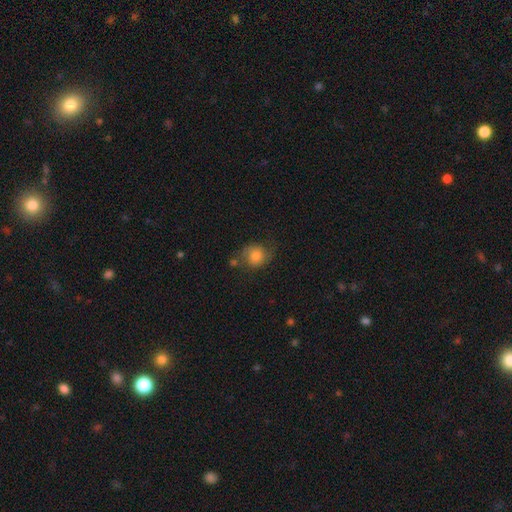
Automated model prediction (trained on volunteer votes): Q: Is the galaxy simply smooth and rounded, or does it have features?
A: smooth — 68%.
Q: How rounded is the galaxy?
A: round — 70%.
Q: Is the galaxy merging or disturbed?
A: none — 56%.